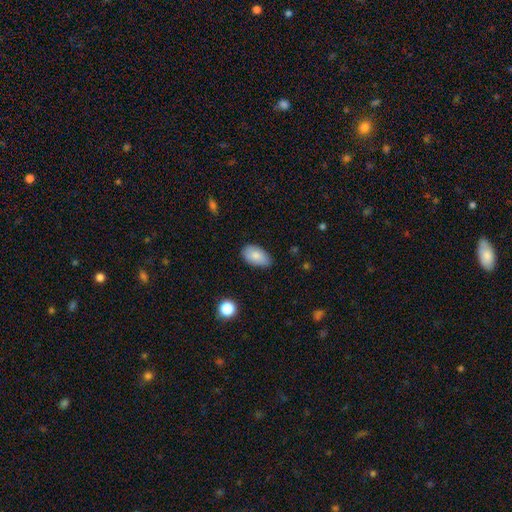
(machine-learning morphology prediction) A smooth galaxy with no disk features (84%) that is in between round and cigar-shaped (93%). Merging: none (74%).